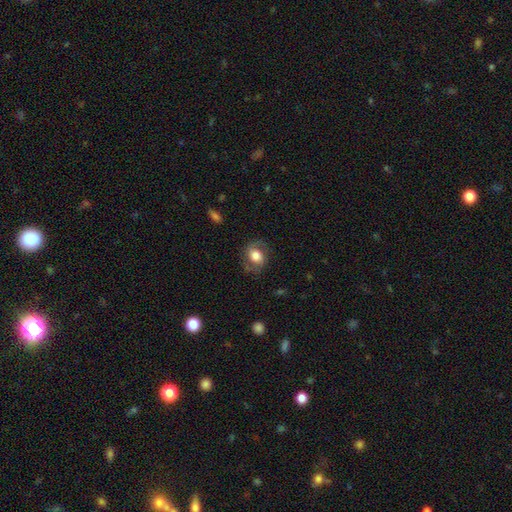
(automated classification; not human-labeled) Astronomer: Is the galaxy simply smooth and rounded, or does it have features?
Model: smooth — 56% (runner-up: featured or disk, 36%).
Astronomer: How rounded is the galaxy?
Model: in between — 54% (runner-up: round, 45%).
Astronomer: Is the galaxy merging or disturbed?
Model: none — 72%.